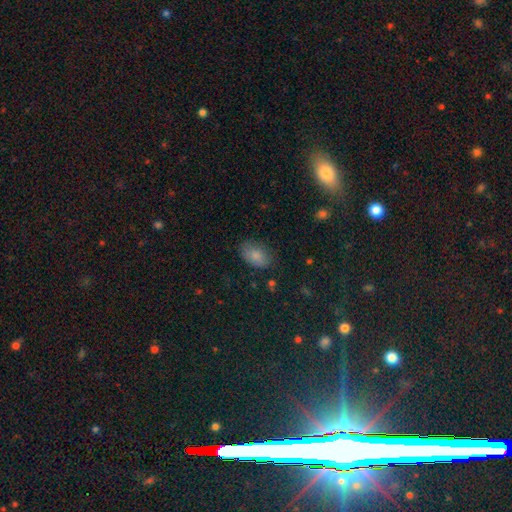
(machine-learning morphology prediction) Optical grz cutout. It shows a smooth galaxy with no disk features (84%) that is in between round and cigar-shaped (91%). Merging: none (77%).